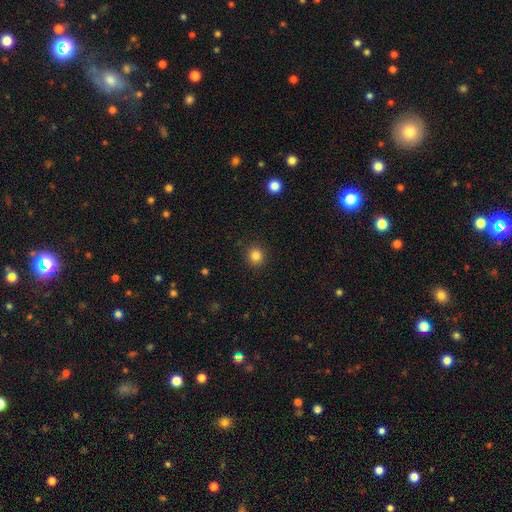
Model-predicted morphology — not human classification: A smooth galaxy with no disk features (84%) that is round (90%). Merging: none (91%).